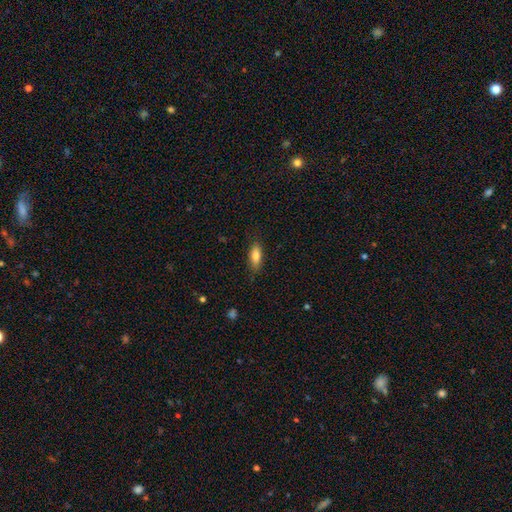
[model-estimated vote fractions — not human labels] Overall: smooth (80%). How rounded: in between (69%). Merging: none (83%).